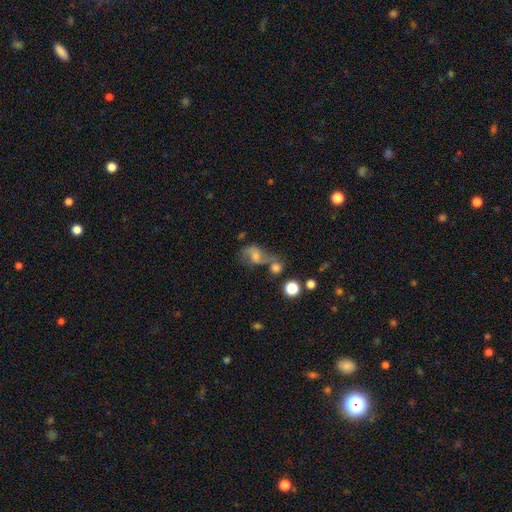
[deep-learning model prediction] This is marginally a smooth galaxy (44%). Merging: marginally merger (34%).